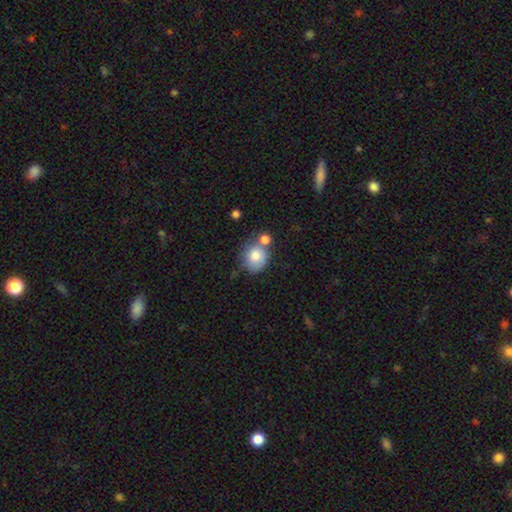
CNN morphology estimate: This is likely a smooth galaxy (78%). How rounded: likely round (73%). Merging: marginally none (45%).